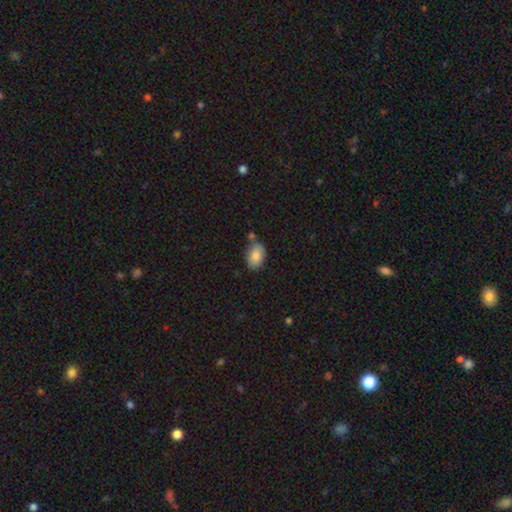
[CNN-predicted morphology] Smooth or featured? smooth (84%)
How rounded? in between (86%)
Merging? none (71%)